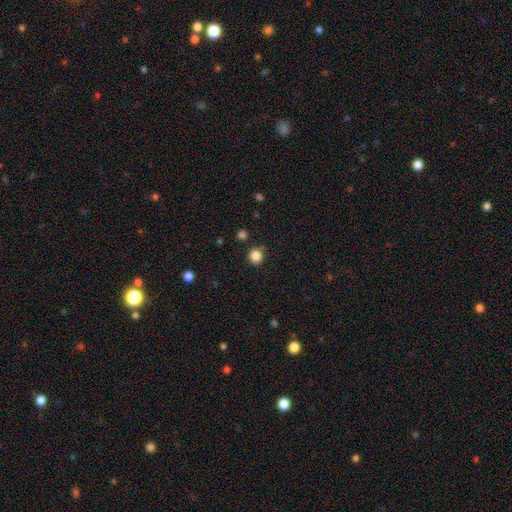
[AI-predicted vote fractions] The model was most divided on "smooth or featured": smooth: 85%, star or artifact: 12%, featured or disk: 3%. More confident: how rounded — round (90%); merging — none (86%).